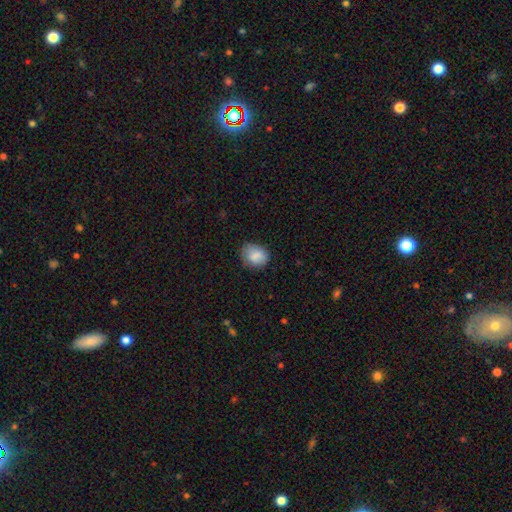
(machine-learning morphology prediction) Smooth or featured? Predicted: smooth (p=0.86). How rounded? Predicted: in between (p=0.50). Merging? Predicted: none (p=0.71).